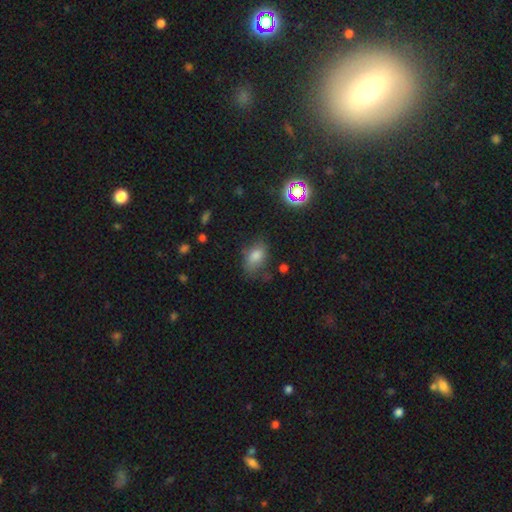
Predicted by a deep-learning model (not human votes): A smooth galaxy with no disk features (72%) that is in between round and cigar-shaped (82%). Merging: none (63%).